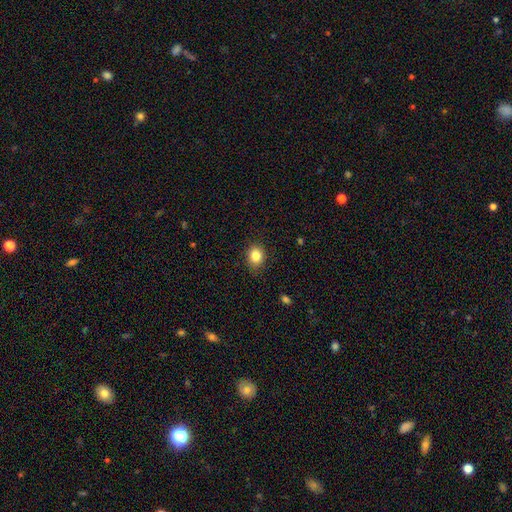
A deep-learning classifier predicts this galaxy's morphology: Overall: smooth (85%). How rounded: round (56%; in between 43%). Merging: none (84%).